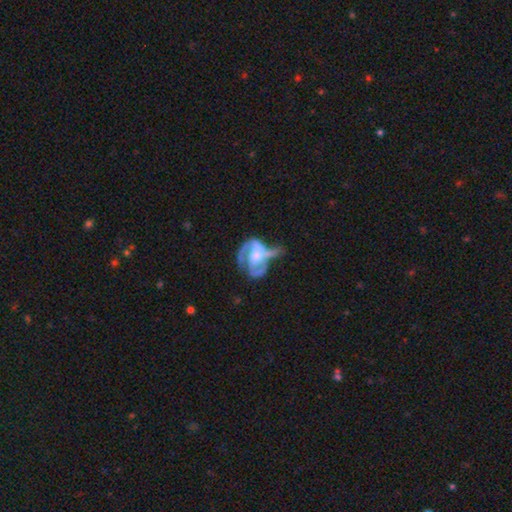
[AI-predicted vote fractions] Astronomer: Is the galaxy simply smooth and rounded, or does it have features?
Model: featured or disk — 75%.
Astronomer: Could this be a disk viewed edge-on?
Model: no — 97%.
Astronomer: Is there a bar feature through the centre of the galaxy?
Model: no — 61%.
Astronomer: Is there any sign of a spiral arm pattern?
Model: yes — 73%.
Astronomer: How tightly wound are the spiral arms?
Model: medium — 44% (runner-up: loose, 29%).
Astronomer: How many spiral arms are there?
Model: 2 — 49%.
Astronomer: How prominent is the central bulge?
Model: moderate — 57%.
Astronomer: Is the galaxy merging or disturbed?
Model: major disturbance — 40% (runner-up: none, 22%).